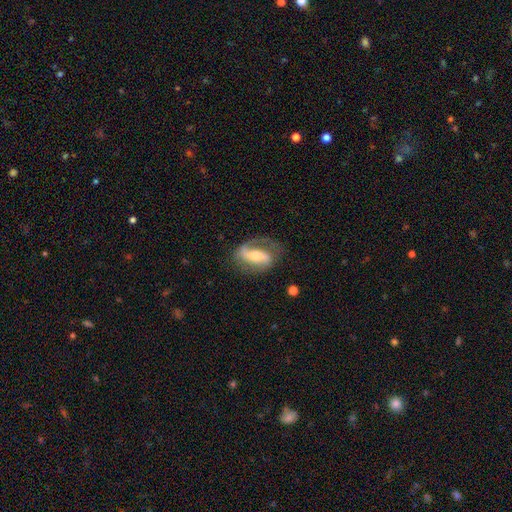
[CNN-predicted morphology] This is likely a featured or disk galaxy (80%). It is clearly not viewed edge-on (94%). Bar: possibly strong (47%). Spiral arm pattern: clearly yes (90%). Spiral arm count: likely 2 (67%). Spiral winding: marginally medium (42%). Central bulge: likely moderate (60%). Merging: likely none (64%).